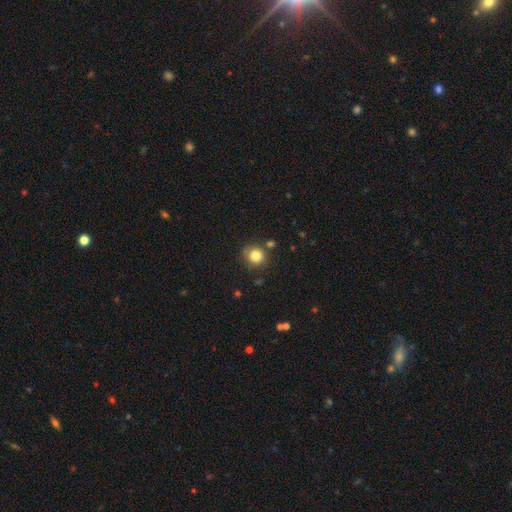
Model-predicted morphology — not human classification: This appears to be a smooth galaxy with no disk features (82%) that is round (91%). Merging: none (79%).